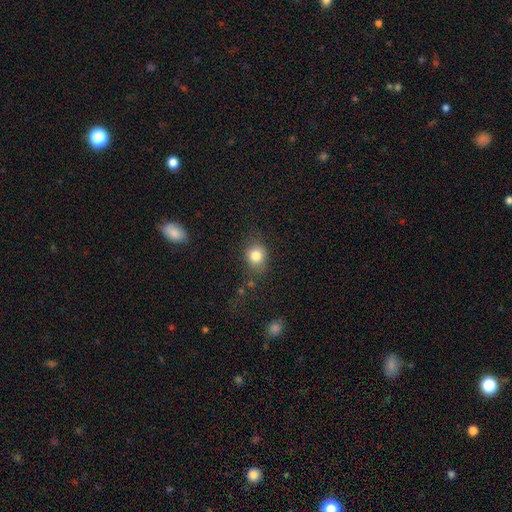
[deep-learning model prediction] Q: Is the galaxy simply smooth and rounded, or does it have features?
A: smooth — 82%.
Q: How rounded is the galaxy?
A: round — 67%.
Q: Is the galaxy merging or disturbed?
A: none — 73%.